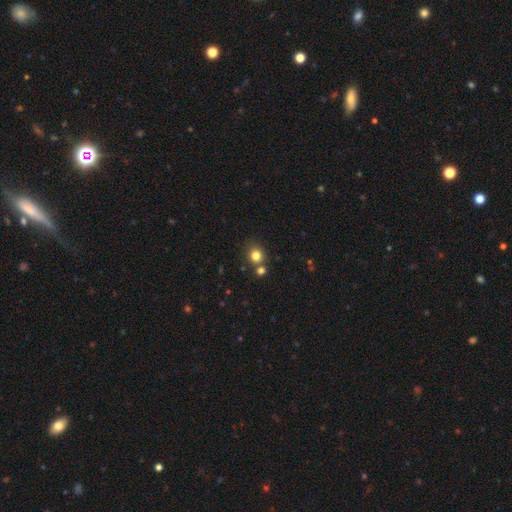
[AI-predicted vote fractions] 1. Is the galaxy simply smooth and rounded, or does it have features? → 80% smooth, 13% star or artifact, 7% featured or disk.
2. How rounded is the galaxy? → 85% round, 14% in between, 1% cigar-shaped.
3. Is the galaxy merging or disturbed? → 68% none, 20% merger, 9% minor disturbance, 3% major disturbance.